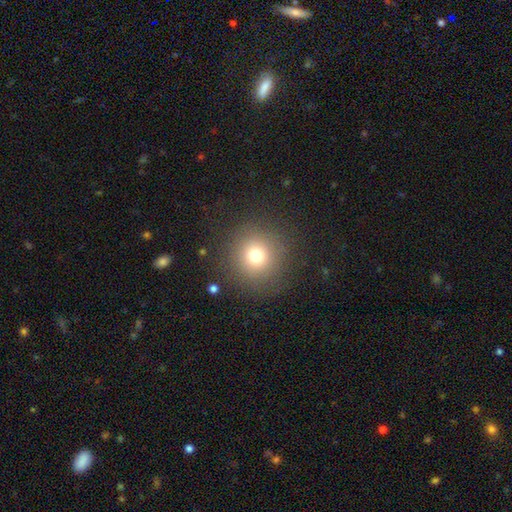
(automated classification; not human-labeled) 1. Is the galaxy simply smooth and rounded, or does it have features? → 73% smooth, 17% star or artifact, 10% featured or disk.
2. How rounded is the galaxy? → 95% round, 4% in between, 1% cigar-shaped.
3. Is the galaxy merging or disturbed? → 88% none, 7% minor disturbance, 4% major disturbance, 1% merger.